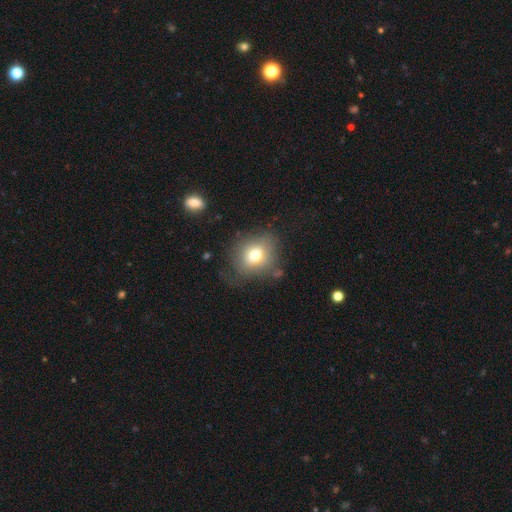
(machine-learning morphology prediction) smooth 71%, featured or disk 16%, star or artifact 12%. Down the decision tree: how rounded — round (67%); merging — none (68%).